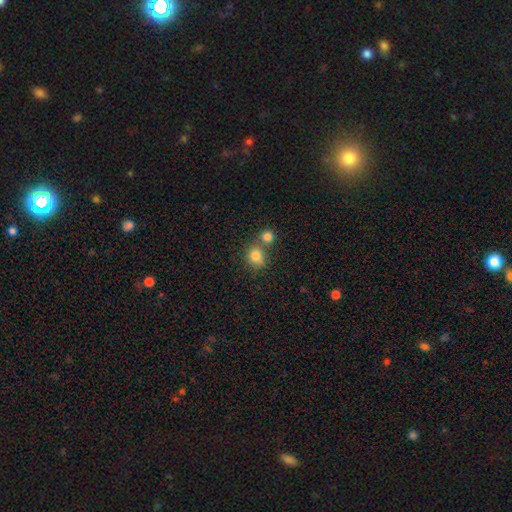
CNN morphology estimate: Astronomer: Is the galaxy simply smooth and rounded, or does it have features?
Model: smooth — 80%.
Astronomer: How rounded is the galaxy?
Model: round — 78%.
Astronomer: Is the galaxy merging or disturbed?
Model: none — 51% (runner-up: merger, 36%).